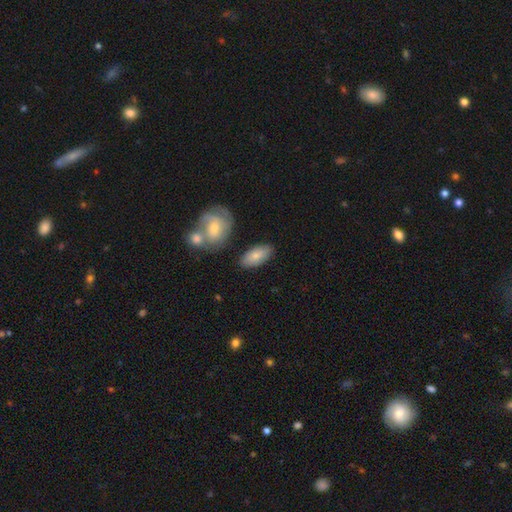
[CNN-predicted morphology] The model was most divided on "smooth or featured": smooth: 76%, featured or disk: 18%, star or artifact: 6%. More confident: how rounded — in between (90%); merging — none (76%).